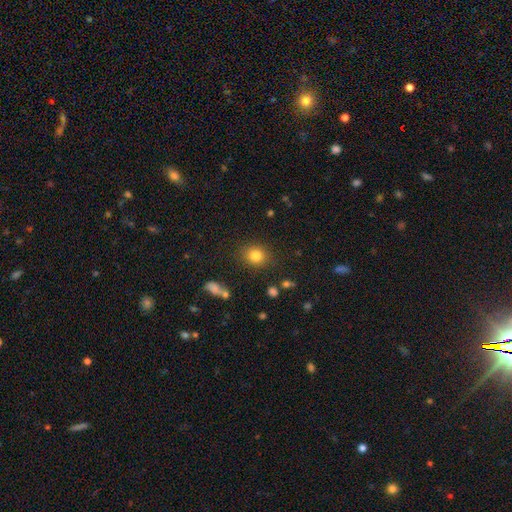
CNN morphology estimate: smooth_or_featured: smooth (p=0.82) [alt: star or artifact p=0.12]
how_rounded: round (p=0.74) [alt: in between p=0.25]
merging: none (p=0.85) [alt: minor disturbance p=0.09]